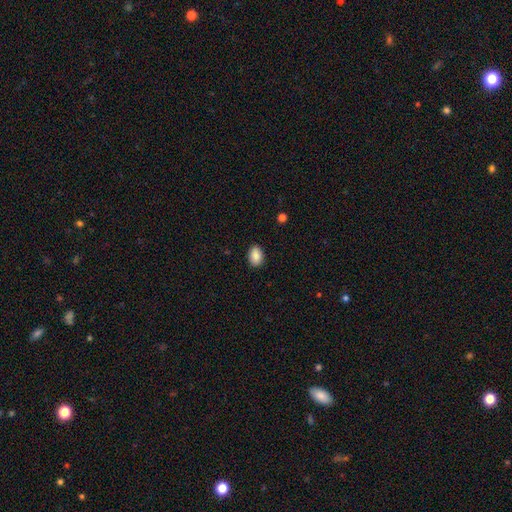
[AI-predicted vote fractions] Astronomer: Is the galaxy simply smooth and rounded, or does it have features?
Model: smooth — 89%.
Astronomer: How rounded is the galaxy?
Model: in between — 82%.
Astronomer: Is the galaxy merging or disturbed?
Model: none — 88%.